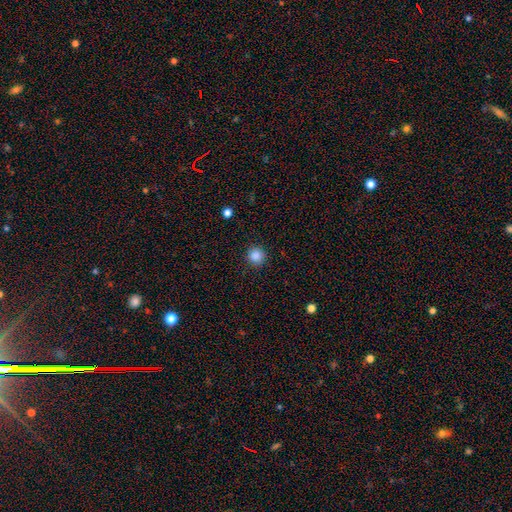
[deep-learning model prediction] smooth 86%, star or artifact 11%, featured or disk 3%. Down the decision tree: how rounded — round (94%); merging — none (91%).